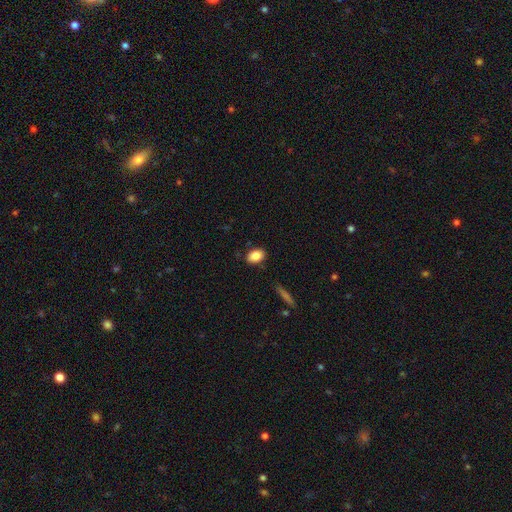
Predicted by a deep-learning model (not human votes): Smooth or featured? Predicted: smooth (p=0.85). How rounded? Predicted: in between (p=0.82). Merging? Predicted: none (p=0.86).